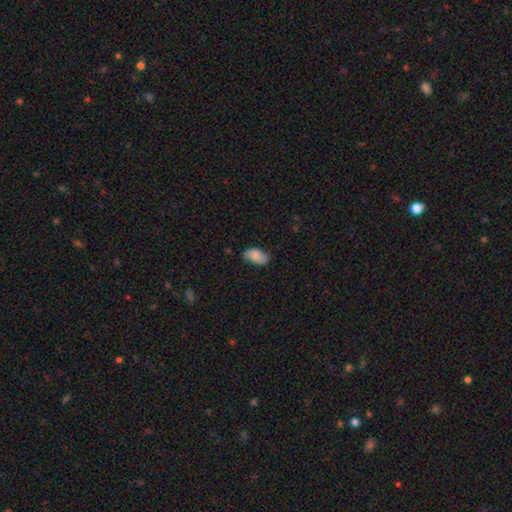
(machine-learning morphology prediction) smooth-or-featured: smooth: 78% | featured or disk: 15% | star or artifact: 8%
  how-rounded: in between: 94% | round: 4% | cigar-shaped: 2%
  merging: none: 73% | minor disturbance: 22% | major disturbance: 4% | merger: 1%